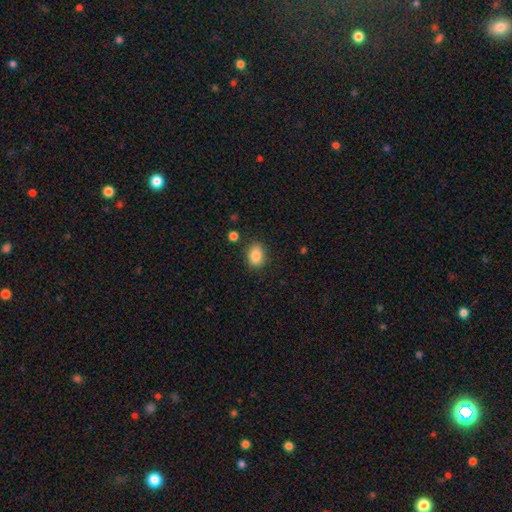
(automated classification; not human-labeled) A smooth galaxy with no disk features (86%) that is in between round and cigar-shaped (72%).

Vote fractions:
- Smooth or featured? smooth: 86% / star or artifact: 9% / featured or disk: 6%
- How rounded? in between: 72% / round: 26% / cigar-shaped: 1%
- Merging? none: 83% / minor disturbance: 11% / major disturbance: 3% / merger: 2%